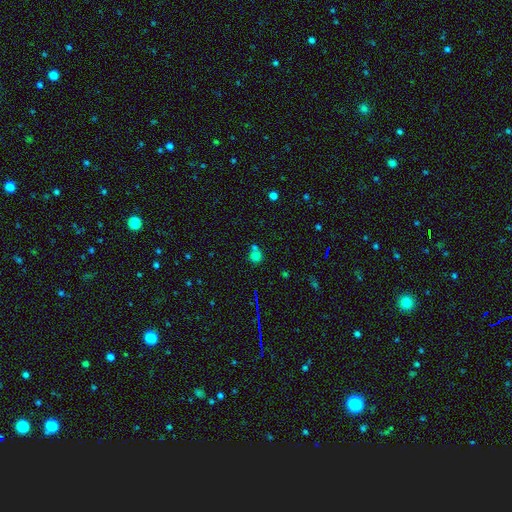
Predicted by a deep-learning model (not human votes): A smooth galaxy with no disk features (71%) that is round (86%).

Vote fractions:
- Smooth or featured? smooth: 71% / star or artifact: 18% / featured or disk: 11%
- How rounded? round: 86% / in between: 13% / cigar-shaped: 1%
- Merging? none: 49% / merger: 39% / minor disturbance: 9% / major disturbance: 3%